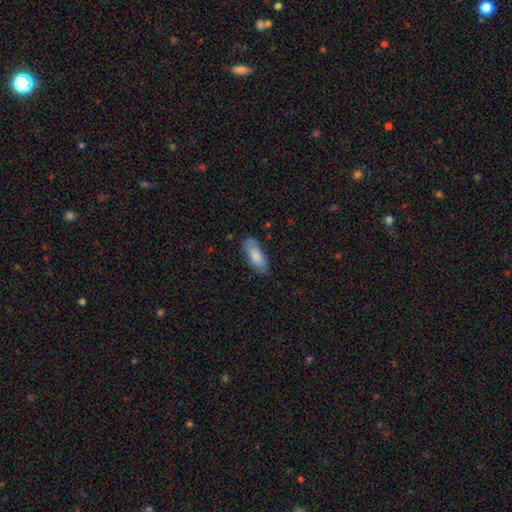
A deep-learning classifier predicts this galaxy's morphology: This appears to be a smooth galaxy with no disk features (82%) that is in between round and cigar-shaped (74%). Merging: none (75%).